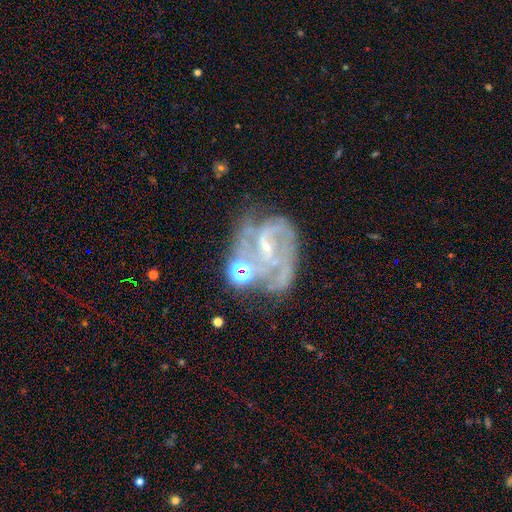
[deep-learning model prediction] Overall: featured or disk (76%). Edge-on disk: no (97%). Bar: weak (42%; no 36%). Spiral arms: yes (84%). Spiral arm count: 2 (41%; can't tell 26%). Spiral winding: medium (43%; tight 38%). Bulge size: small (70%). Merging: none (43%; major disturbance 21%).